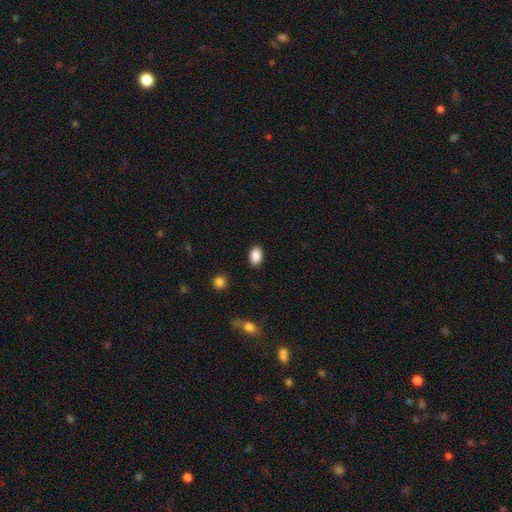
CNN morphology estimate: type=smooth (88%); roundness=in between (88%); merging=none (89%).